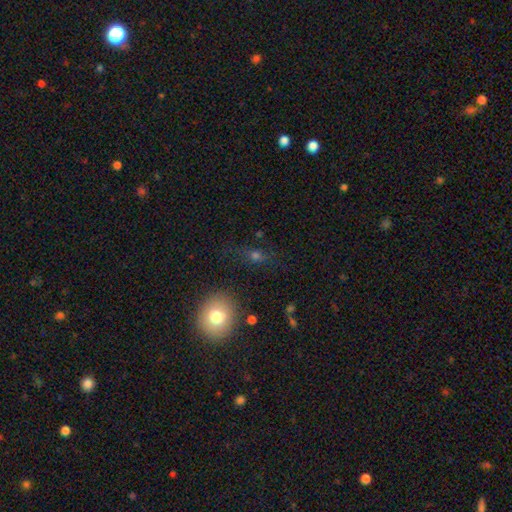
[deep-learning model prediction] A smooth galaxy with no disk features (54%) that is in between round and cigar-shaped (48%).

Vote fractions:
- Smooth or featured? smooth: 54% / star or artifact: 27% / featured or disk: 19%
- How rounded? in between: 48% / round: 44% / cigar-shaped: 8%
- Merging? none: 72% / minor disturbance: 14% / major disturbance: 10% / merger: 4%